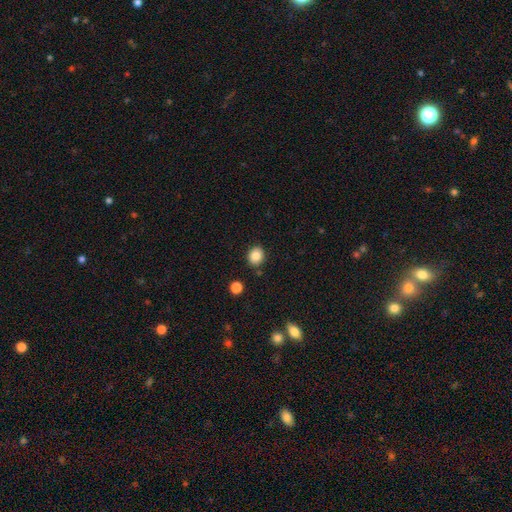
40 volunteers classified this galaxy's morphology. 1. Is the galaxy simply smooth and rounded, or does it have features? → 88% smooth, 8% star or artifact, 5% featured or disk.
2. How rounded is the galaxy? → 74% round, 23% in between, 3% cigar-shaped.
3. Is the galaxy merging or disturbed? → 78% none, 16% minor disturbance, 3% major disturbance, 3% merger.